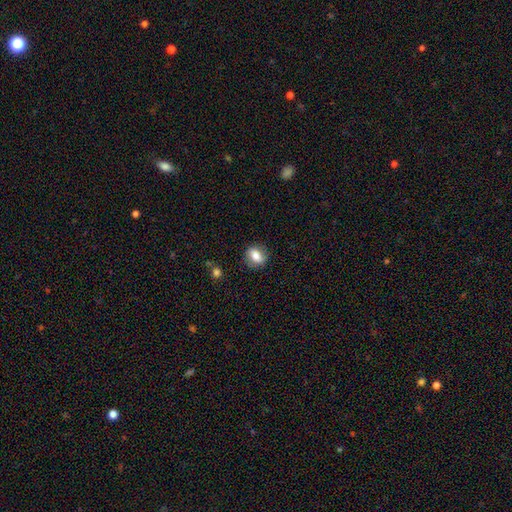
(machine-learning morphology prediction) This is likely a smooth galaxy (70%). How rounded: possibly round (49%, tied with in between). Merging: clearly none (81%).